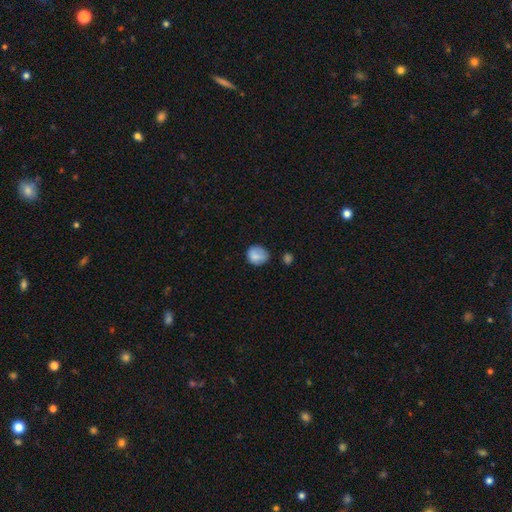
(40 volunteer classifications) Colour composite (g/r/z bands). It shows a smooth galaxy with no disk features (85%) that is round (62%). Merging: minor disturbance (47%).